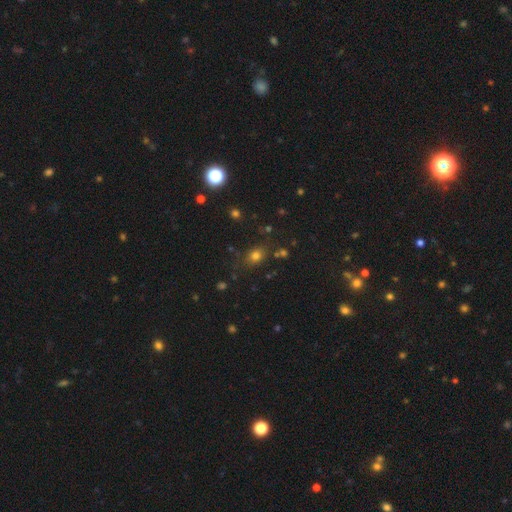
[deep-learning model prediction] A smooth galaxy with no disk features (74%) that is in between round and cigar-shaped (51%). Merging: none (77%).